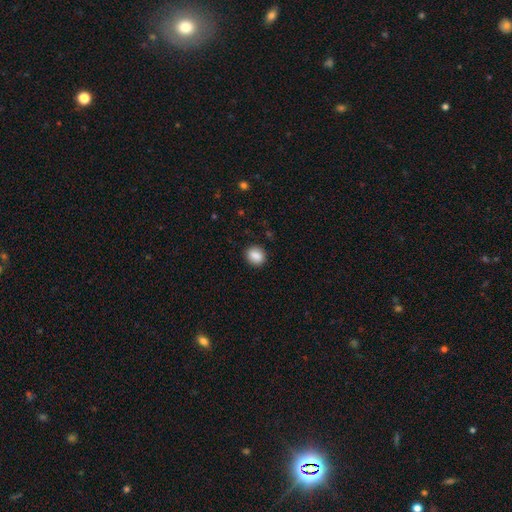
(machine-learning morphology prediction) This appears to be a smooth galaxy with no disk features (88%) that is round (62%). Merging: none (89%).